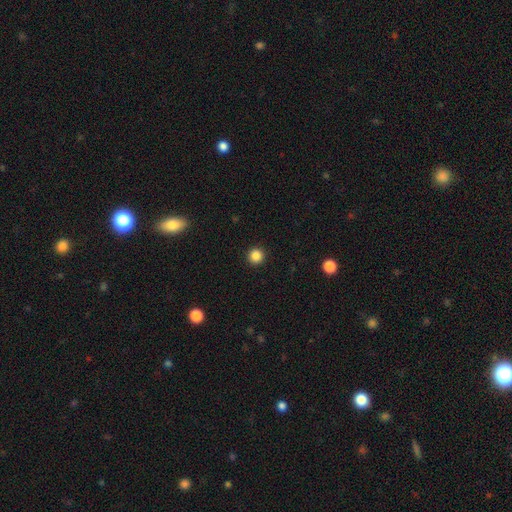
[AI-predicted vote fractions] smooth 86%, star or artifact 11%, featured or disk 3%. Down the decision tree: how rounded — round (96%); merging — none (93%).